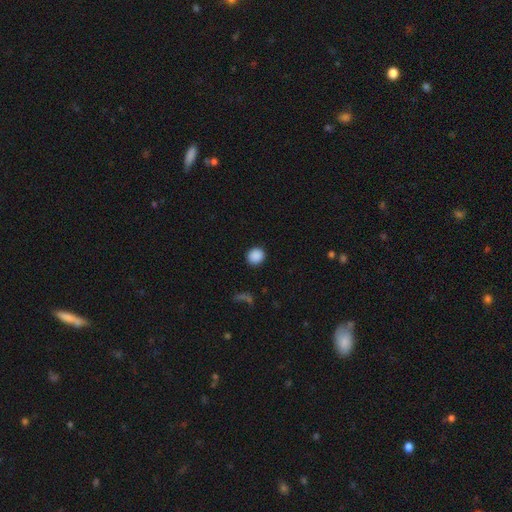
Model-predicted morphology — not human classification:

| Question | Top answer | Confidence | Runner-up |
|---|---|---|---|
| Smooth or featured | smooth | 89% | star or artifact (9%) |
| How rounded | round | 88% | in between (11%) |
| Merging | none | 91% | minor disturbance (5%) |